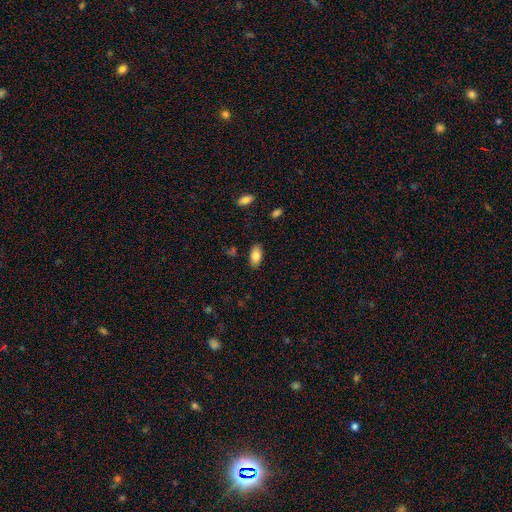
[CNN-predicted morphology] smooth_or_featured: smooth (p=0.82) [alt: featured or disk p=0.11]
how_rounded: in between (p=0.92) [alt: cigar-shaped p=0.05]
merging: none (p=0.85) [alt: minor disturbance p=0.11]